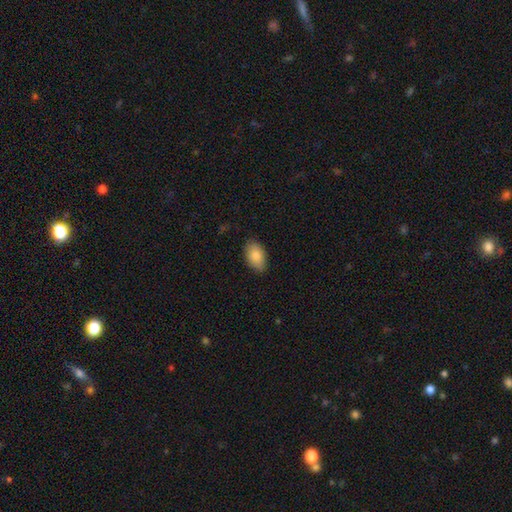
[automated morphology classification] type=smooth (86%); roundness=in between (93%); merging=none (86%).